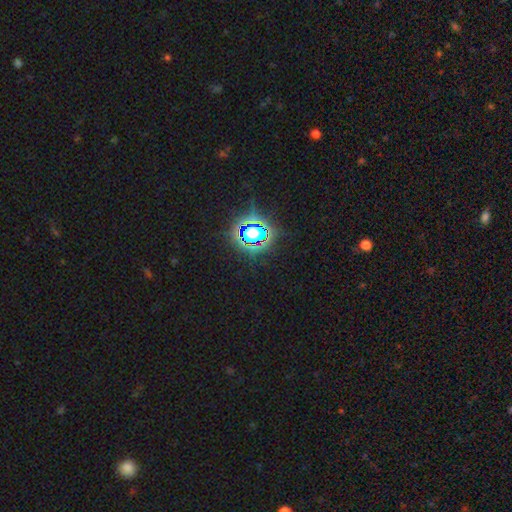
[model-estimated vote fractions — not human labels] This appears to be a star or artifact, not a galaxy (81%).